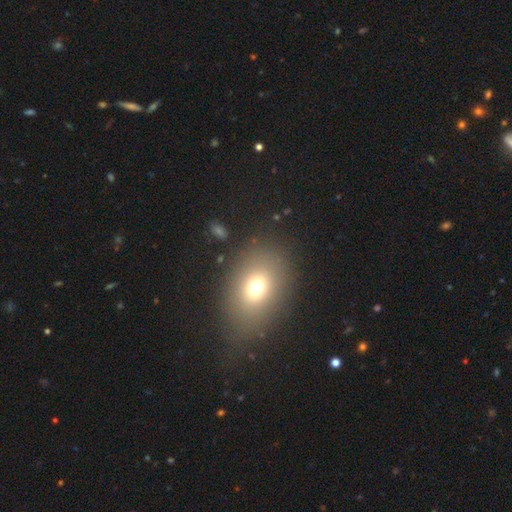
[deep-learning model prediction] Morphology: type=smooth (68%); roundness=in between (71%); merging=none (79%).